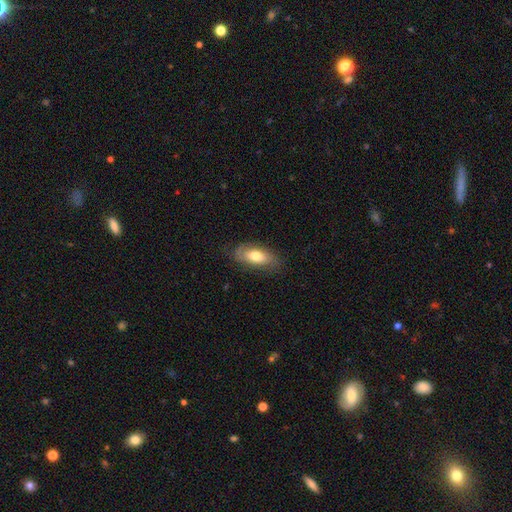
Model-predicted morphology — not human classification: Smooth or featured? smooth (68%)
How rounded? in between (85%)
Merging? none (76%)